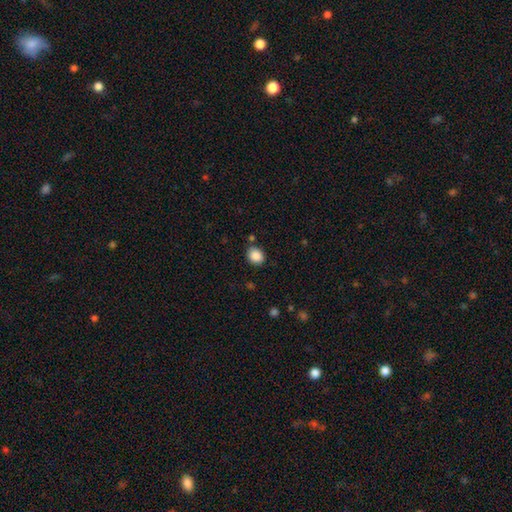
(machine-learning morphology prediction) smooth 87%, star or artifact 9%, featured or disk 4%. Down the decision tree: how rounded — round (60%); merging — none (81%).